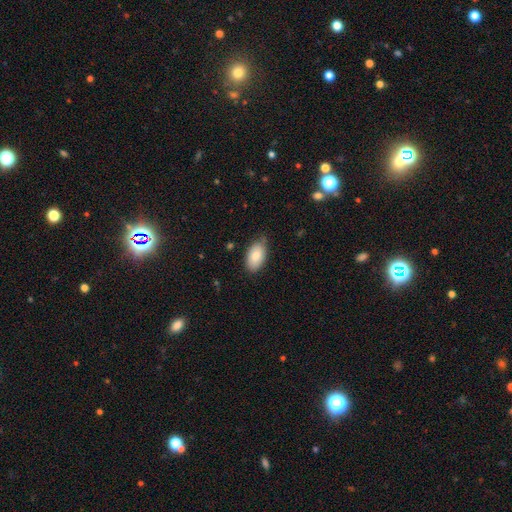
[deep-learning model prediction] Smooth or featured? Predicted: smooth (p=0.84). How rounded? Predicted: in between (p=0.94). Merging? Predicted: none (p=0.73).